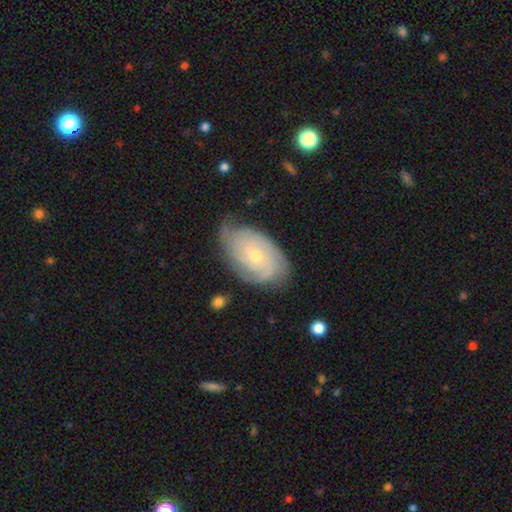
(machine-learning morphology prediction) featured or disk 81%, smooth 14%, star or artifact 6%. Down the decision tree: edge-on disk — no (96%); bar — no (77%); spiral arms — yes (95%); spiral arm count — can't tell (32%); spiral winding — tight (70%); bulge size — small (68%); merging — none (69%).